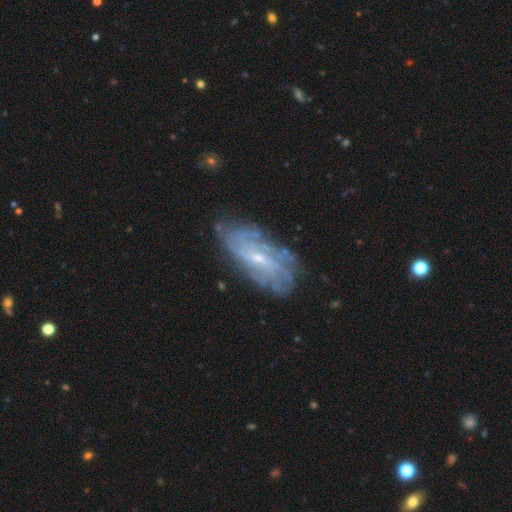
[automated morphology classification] Smooth or featured?
  - featured or disk: 77% *
  - smooth: 14%
  - star or artifact: 9%
Edge-on disk?
  - no: 91% *
  - yes: 9%
Bar?
  - weak: 46% *
  - no: 40%
  - strong: 14%
Spiral arms?
  - yes: 89% *
  - no: 11%
Spiral winding?
  - tight: 60% *
  - medium: 28%
  - loose: 12%
Spiral arm count?
  - can't tell: 52% *
  - 4: 13%
  - 2: 11%
  - 3: 10%
  - more than 4: 8%
  - 1: 6%
Bulge size?
  - small: 69% *
  - moderate: 25%
  - none: 3%
  - large: 1%
  - dominant: 1%
Merging?
  - none: 77% *
  - minor disturbance: 16%
  - major disturbance: 5%
  - merger: 2%